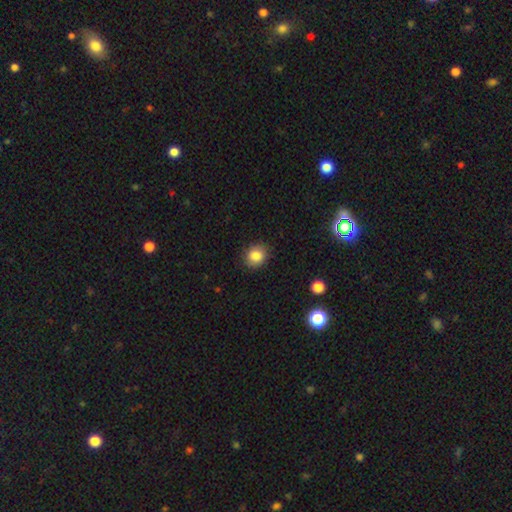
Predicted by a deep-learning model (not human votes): Smooth or featured? smooth (84%)
How rounded? round (69%)
Merging? none (86%)